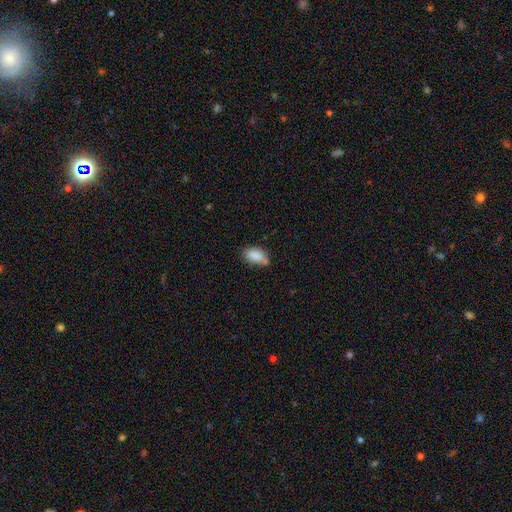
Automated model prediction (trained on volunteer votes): smooth-or-featured: smooth: 85% | star or artifact: 8% | featured or disk: 6%
  how-rounded: in between: 90% | round: 7% | cigar-shaped: 3%
  merging: none: 52% | minor disturbance: 31% | merger: 10% | major disturbance: 7%